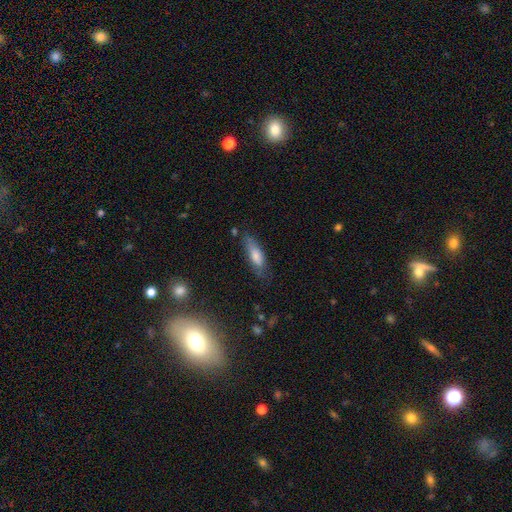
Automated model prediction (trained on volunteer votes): A smooth galaxy with no disk features (66%) that is in between round and cigar-shaped (50%).

Vote fractions:
- Smooth or featured? smooth: 66% / featured or disk: 24% / star or artifact: 9%
- How rounded? in between: 50% / cigar-shaped: 47% / round: 2%
- Merging? none: 65% / minor disturbance: 24% / major disturbance: 7% / merger: 3%